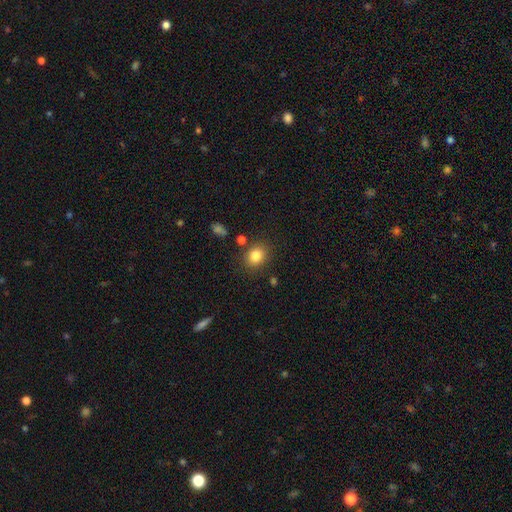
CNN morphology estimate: smooth_or_featured: smooth (p=0.82) [alt: star or artifact p=0.11]
how_rounded: round (p=0.62) [alt: in between p=0.37]
merging: none (p=0.83) [alt: minor disturbance p=0.10]